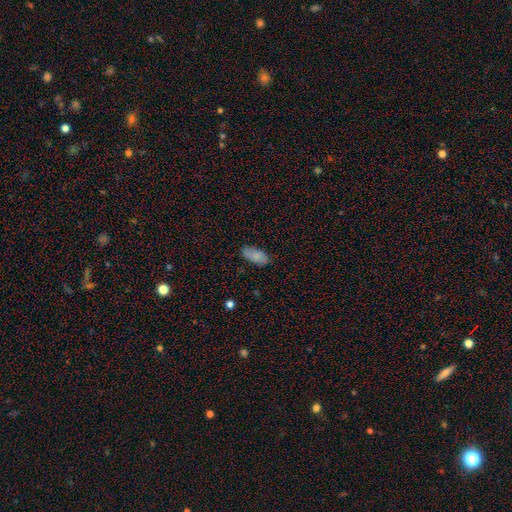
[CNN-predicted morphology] A smooth galaxy with no disk features (84%) that is in between round and cigar-shaped (92%).

Vote fractions:
- Smooth or featured? smooth: 84% / featured or disk: 8% / star or artifact: 7%
- How rounded? in between: 92% / cigar-shaped: 6% / round: 2%
- Merging? none: 83% / minor disturbance: 13% / major disturbance: 3% / merger: 1%